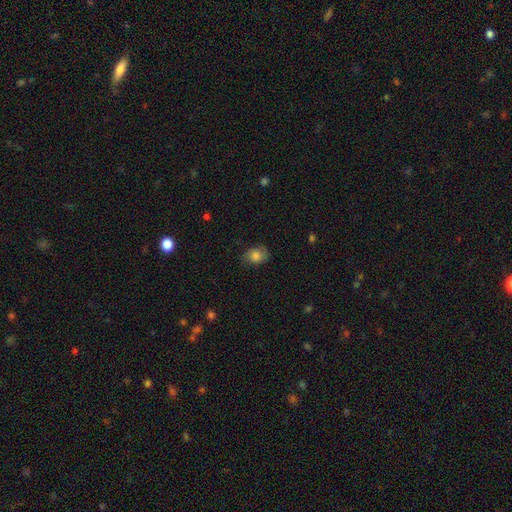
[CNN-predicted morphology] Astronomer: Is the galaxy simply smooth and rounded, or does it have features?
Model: smooth — 77%.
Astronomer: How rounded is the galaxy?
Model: in between — 63%.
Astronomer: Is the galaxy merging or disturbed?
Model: none — 73%.